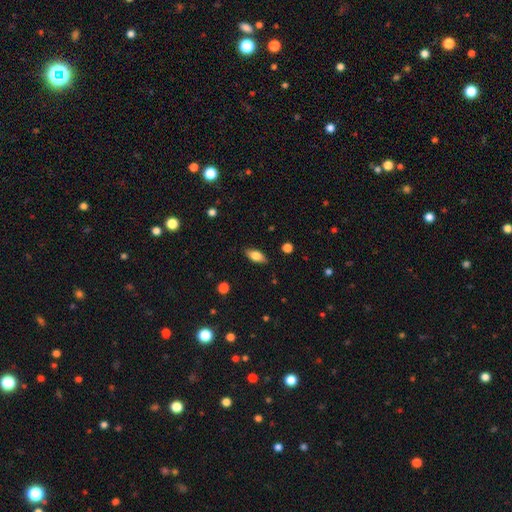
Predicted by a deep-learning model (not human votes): Q: Smooth or featured?
A: smooth (75%); runner-up: featured or disk (18%)
Q: How rounded?
A: in between (86%); runner-up: cigar-shaped (11%)
Q: Merging?
A: none (85%); runner-up: minor disturbance (12%)